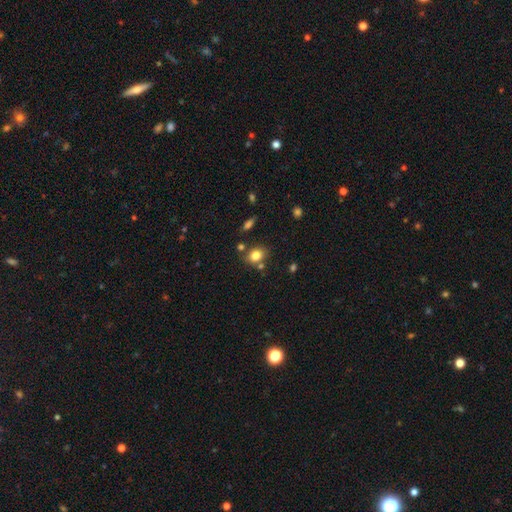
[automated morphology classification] Overall: smooth (81%). How rounded: in between (52%; round 47%). Merging: none (71%).